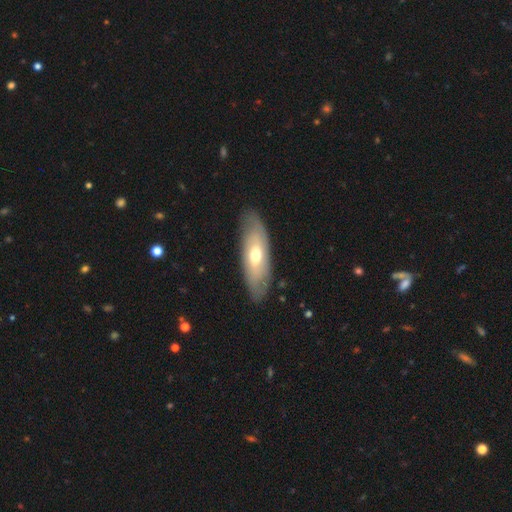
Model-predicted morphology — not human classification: Smooth or featured: featured or disk — 47% (tied with smooth — 47%)
Merging: none — 82% (minor disturbance — 13%)